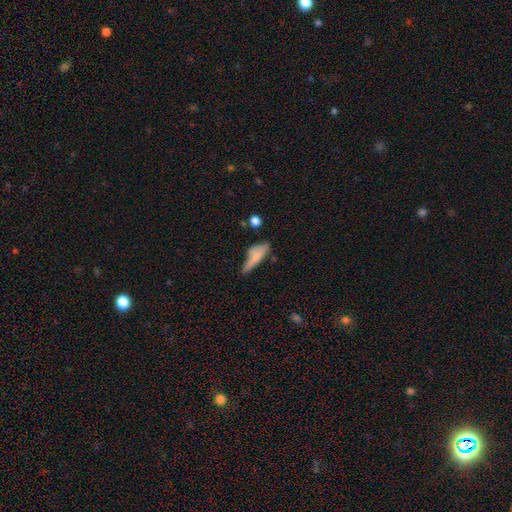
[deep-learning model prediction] Smooth or featured?
  - smooth: 70% *
  - featured or disk: 21%
  - star or artifact: 9%
How rounded?
  - cigar-shaped: 54% *
  - in between: 42%
  - round: 3%
Merging?
  - none: 38% *
  - minor disturbance: 31%
  - major disturbance: 18%
  - merger: 13%